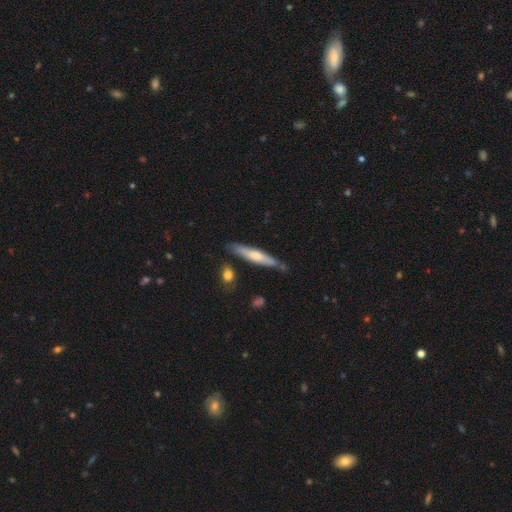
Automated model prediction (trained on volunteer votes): Morphology: type=smooth (52%); roundness=cigar-shaped (89%); merging=none (77%).